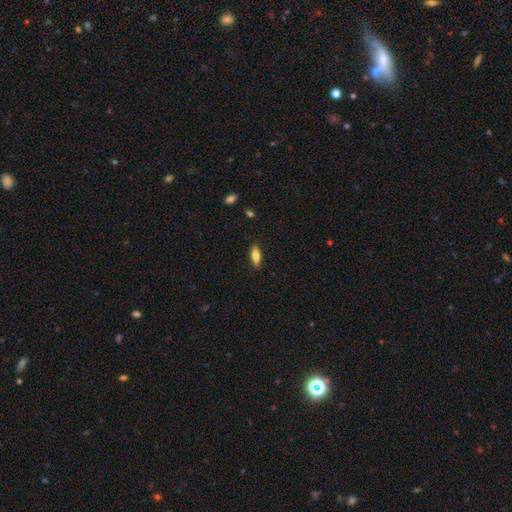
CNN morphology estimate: A smooth galaxy with no disk features (76%) that is in between round and cigar-shaped (70%).

Vote fractions:
- Smooth or featured? smooth: 76% / featured or disk: 17% / star or artifact: 7%
- How rounded? in between: 70% / cigar-shaped: 28% / round: 2%
- Merging? none: 87% / minor disturbance: 10% / major disturbance: 2% / merger: 1%